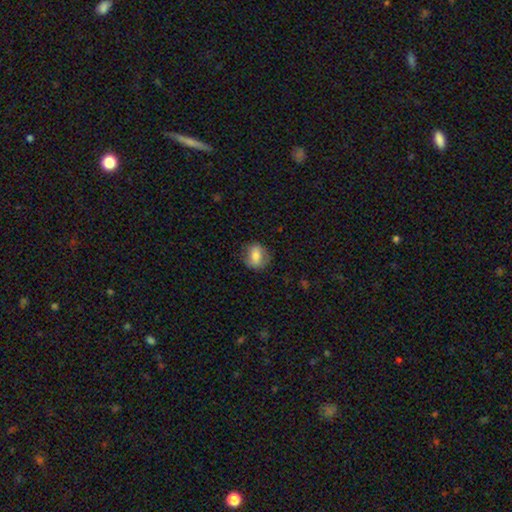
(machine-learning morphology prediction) type=smooth (70%); roundness=round (60%); merging=none (77%).